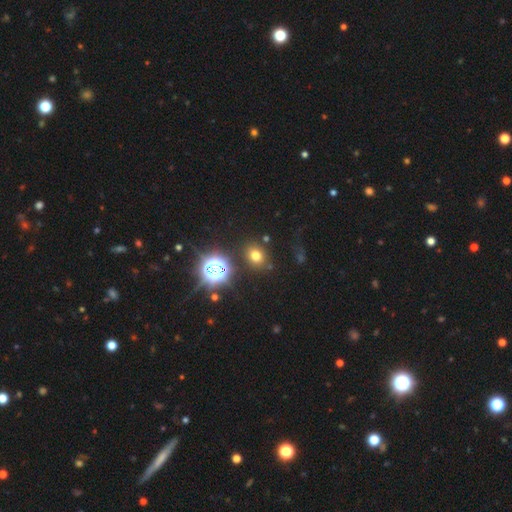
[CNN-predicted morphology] Smooth or featured: smooth — 66% (star or artifact — 25%)
How rounded: round — 61% (in between — 38%)
Merging: none — 83% (minor disturbance — 9%)